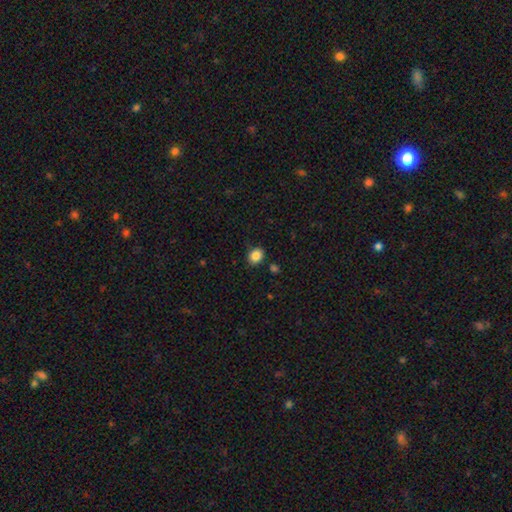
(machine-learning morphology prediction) This is clearly a smooth galaxy (85%). How rounded: likely round (63%). Merging: clearly none (84%).